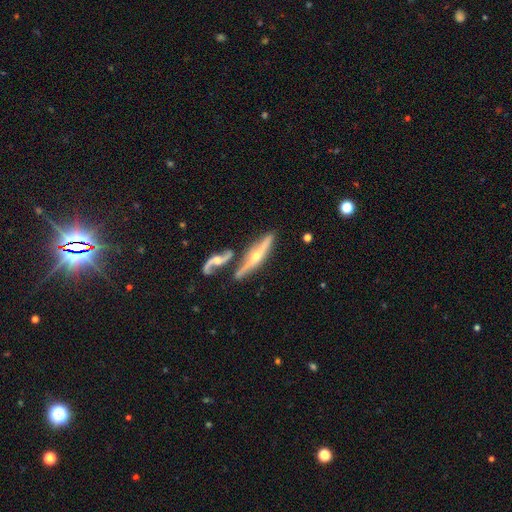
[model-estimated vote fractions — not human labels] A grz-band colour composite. It shows a featured or disk galaxy (79%) viewed edge-on (92%) with a rounded central bulge (94%). Merging: none (63%).